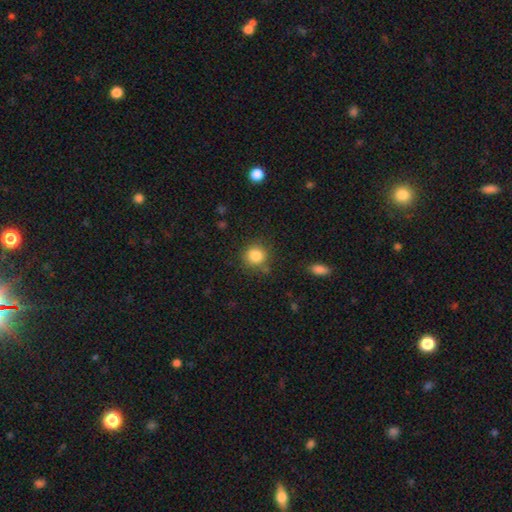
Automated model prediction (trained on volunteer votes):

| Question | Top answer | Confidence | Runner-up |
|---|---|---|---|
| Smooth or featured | smooth | 84% | star or artifact (11%) |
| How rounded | round | 88% | in between (11%) |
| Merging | none | 79% | minor disturbance (13%) |